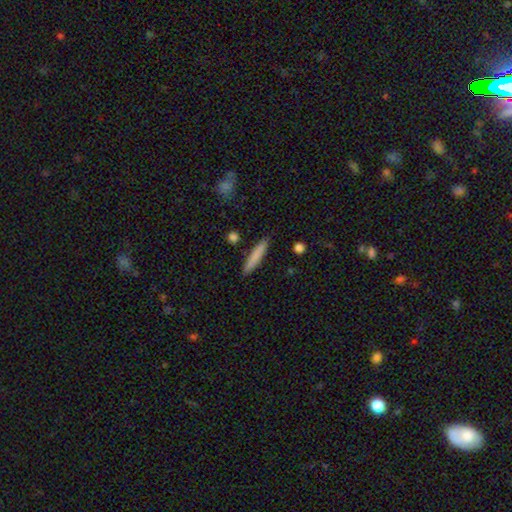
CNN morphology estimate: A smooth galaxy with no disk features (80%) that is cigar-shaped (92%). Merging: none (88%).